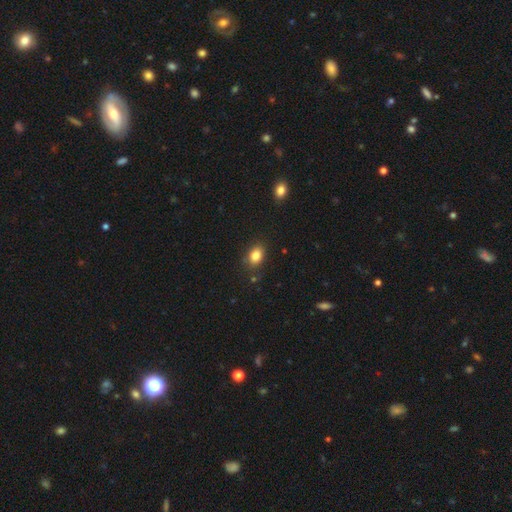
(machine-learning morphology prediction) type=smooth (84%); roundness=in between (74%); merging=none (82%).